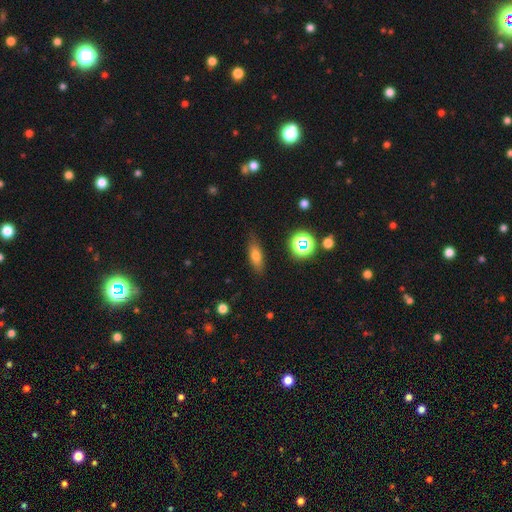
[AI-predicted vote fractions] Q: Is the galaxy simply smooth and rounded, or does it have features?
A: smooth — 69%.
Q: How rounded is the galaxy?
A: in between — 62%.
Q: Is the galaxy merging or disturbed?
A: none — 81%.